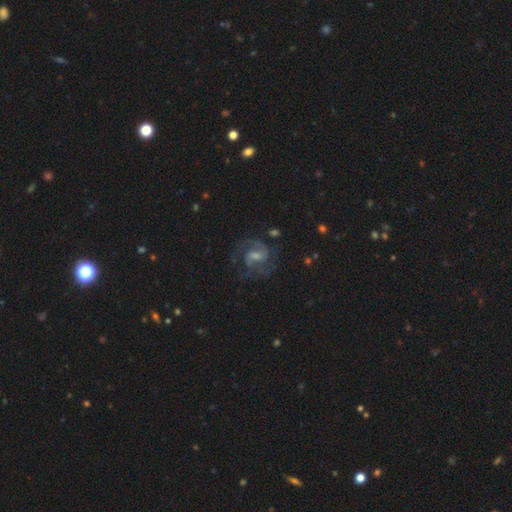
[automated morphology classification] smooth-or-featured: featured or disk: 78% | smooth: 13% | star or artifact: 9%
  disk-edge-on: no: 98% | yes: 2%
    bar: weak: 54% | no: 30% | strong: 16%
    has-spiral-arms: yes: 93% | no: 7%
      spiral-winding: medium: 54% | tight: 28% | loose: 17%
      spiral-arm-count: 2: 63% | can't tell: 14% | 3: 14% | 1: 4% | 4: 3% | more than 4: 3%
    bulge-size: moderate: 42% | small: 40% | none: 10% | large: 7% | dominant: 1%
  merging: none: 67% | minor disturbance: 17% | major disturbance: 14% | merger: 2%